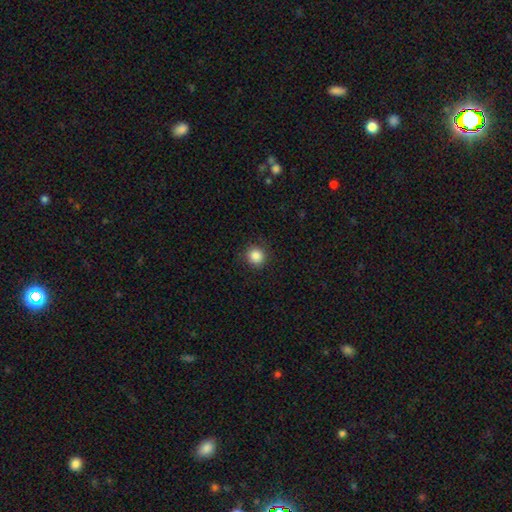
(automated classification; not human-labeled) A smooth galaxy with no disk features (86%) that is round (92%). Merging: none (89%).